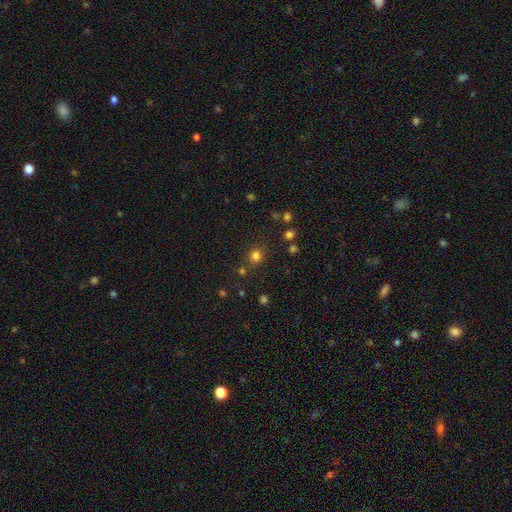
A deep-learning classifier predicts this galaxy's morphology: This is likely a smooth galaxy (77%). How rounded: clearly round (85%). Merging: likely none (80%).